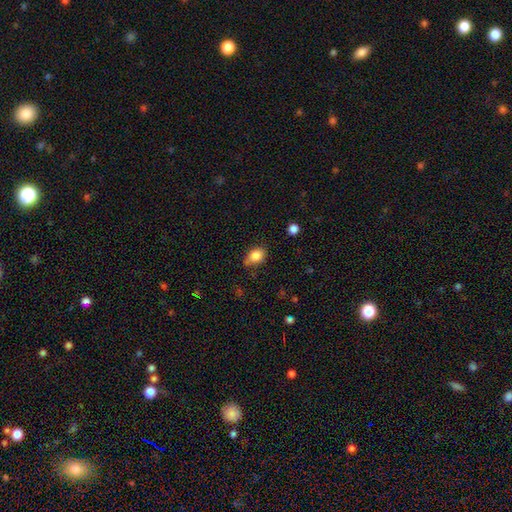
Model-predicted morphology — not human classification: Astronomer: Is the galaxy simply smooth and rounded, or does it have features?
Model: smooth — 84%.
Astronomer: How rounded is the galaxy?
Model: in between — 60% (runner-up: round, 39%).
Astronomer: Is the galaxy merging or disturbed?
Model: none — 65%.